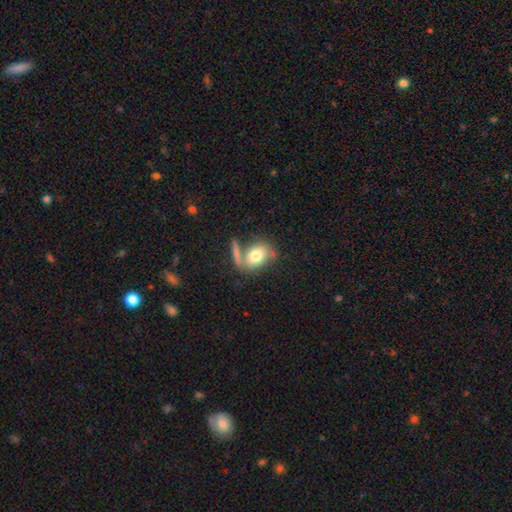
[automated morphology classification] Smooth or featured?
  - smooth: 71% *
  - featured or disk: 21%
  - star or artifact: 8%
How rounded?
  - in between: 68% *
  - round: 30%
  - cigar-shaped: 2%
Merging?
  - none: 50% *
  - merger: 25%
  - minor disturbance: 16%
  - major disturbance: 9%